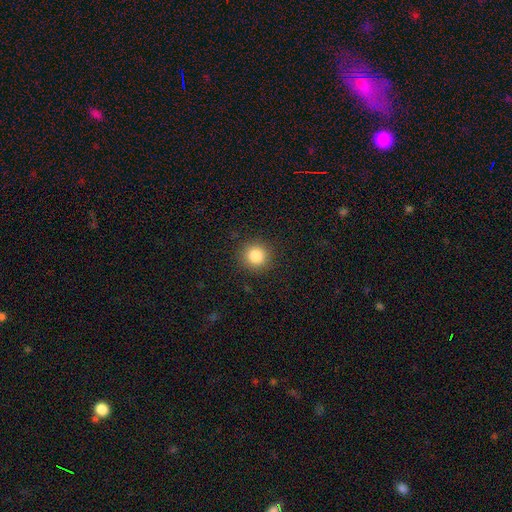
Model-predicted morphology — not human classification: smooth_or_featured: smooth (p=0.85) [alt: star or artifact p=0.10]
how_rounded: round (p=0.93) [alt: in between p=0.06]
merging: none (p=0.91) [alt: minor disturbance p=0.06]